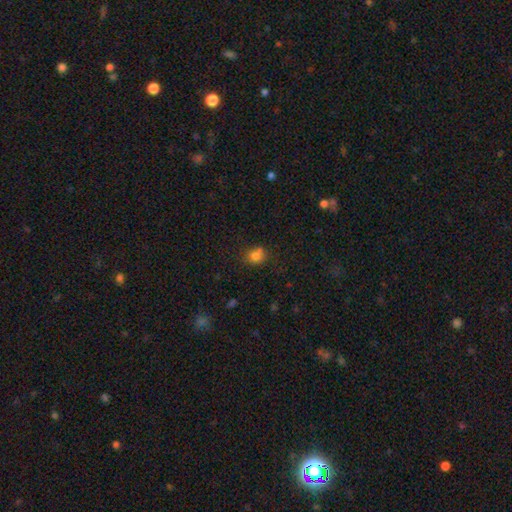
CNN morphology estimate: This is likely a smooth galaxy (78%). How rounded: likely round (69%). Merging: possibly none (57%).